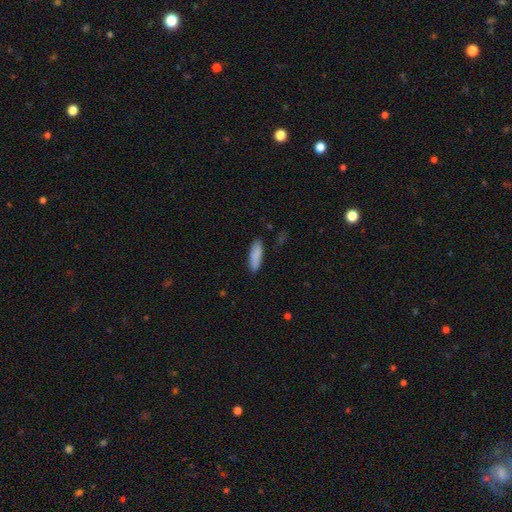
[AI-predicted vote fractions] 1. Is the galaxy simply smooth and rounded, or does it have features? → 85% smooth, 8% featured or disk, 6% star or artifact.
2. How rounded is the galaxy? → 50% cigar-shaped, 49% in between, 2% round.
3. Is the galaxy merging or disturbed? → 81% none, 14% minor disturbance, 3% major disturbance, 2% merger.